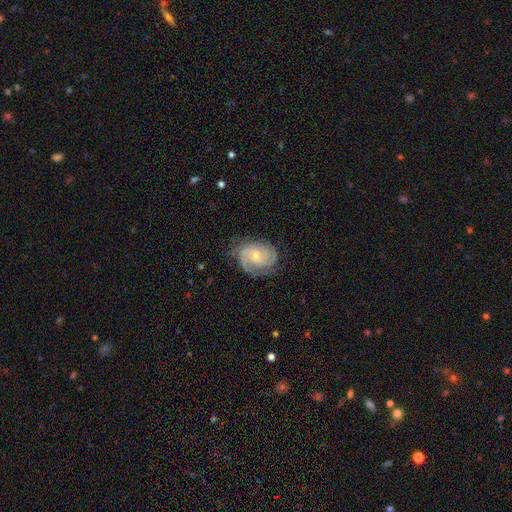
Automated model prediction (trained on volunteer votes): This is clearly a featured or disk galaxy (84%). It is clearly not viewed edge-on (98%). Bar: possibly no (59%). Spiral arm pattern: clearly yes (97%). Spiral arm count: marginally 2 (42%). Spiral winding: possibly tight (54%). Central bulge: possibly small (60%). Merging: likely none (70%).